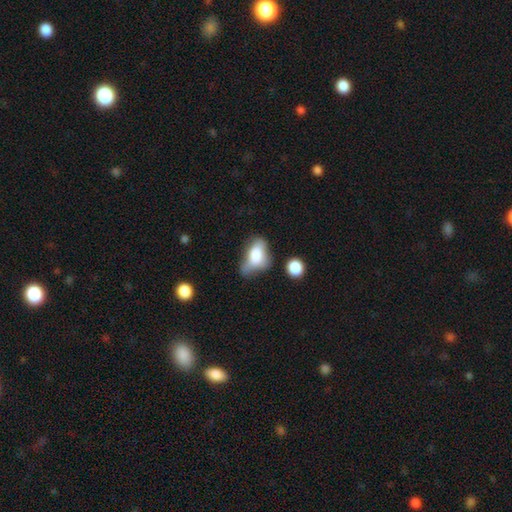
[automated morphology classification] Smooth or featured?
  - smooth: 69% *
  - featured or disk: 22%
  - star or artifact: 9%
How rounded?
  - in between: 86% *
  - round: 10%
  - cigar-shaped: 4%
Merging?
  - minor disturbance: 34% *
  - none: 27%
  - major disturbance: 25%
  - merger: 13%